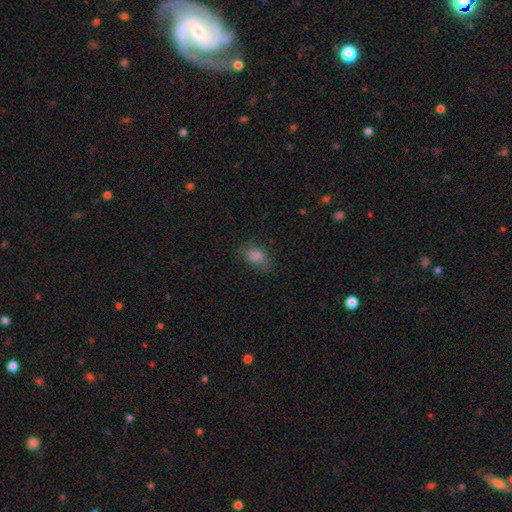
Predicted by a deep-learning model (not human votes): A smooth galaxy with no disk features (80%) that is in between round and cigar-shaped (81%). Merging: none (73%).